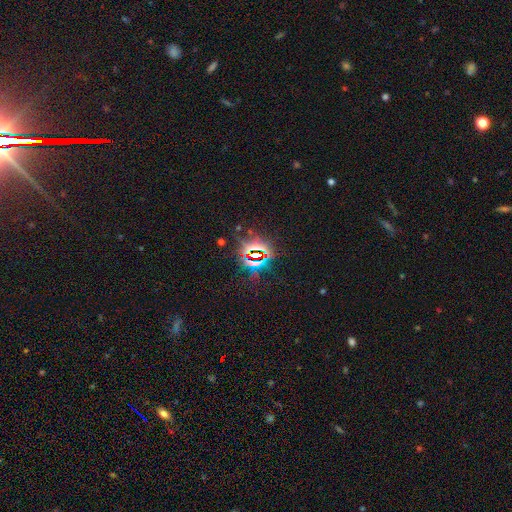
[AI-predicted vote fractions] Smooth or featured? Predicted: star or artifact (p=0.81).